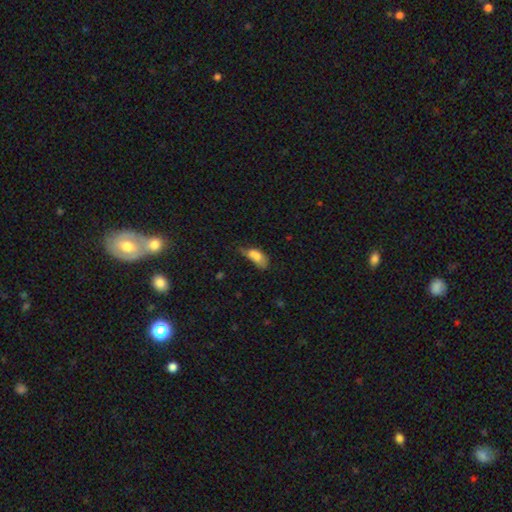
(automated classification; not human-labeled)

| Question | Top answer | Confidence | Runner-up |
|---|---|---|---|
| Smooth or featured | smooth | 70% | featured or disk (19%) |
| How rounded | in between | 84% | cigar-shaped (10%) |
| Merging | minor disturbance | 29% | major disturbance (26%) |